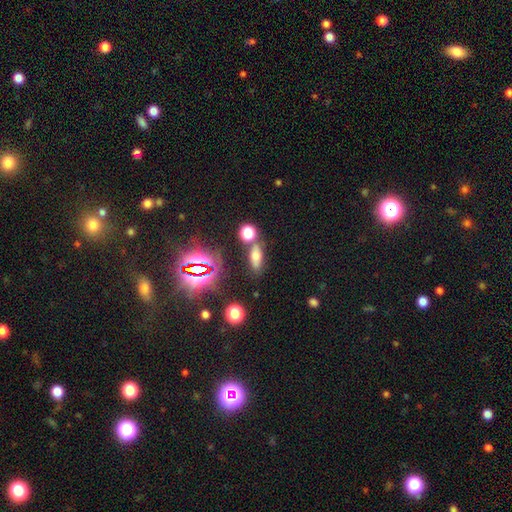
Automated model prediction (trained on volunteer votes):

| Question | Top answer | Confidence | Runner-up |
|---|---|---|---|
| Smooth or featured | smooth | 57% | star or artifact (26%) |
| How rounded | in between | 66% | cigar-shaped (21%) |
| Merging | none | 70% | merger (14%) |